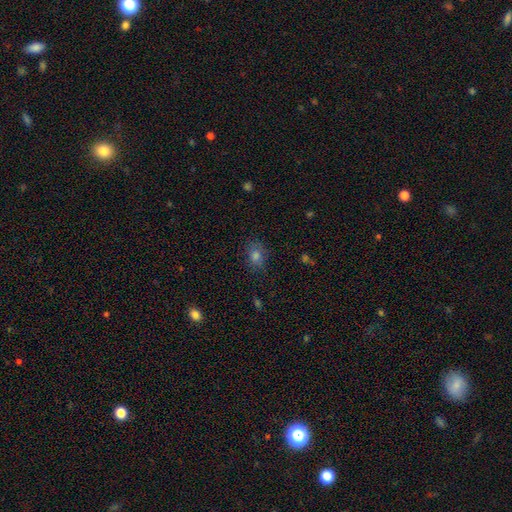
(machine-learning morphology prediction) A smooth galaxy with no disk features (72%) that is round (49%, tied with in between). Merging: none (79%).